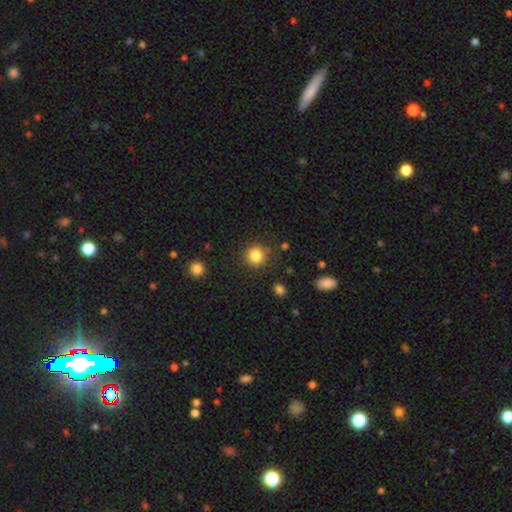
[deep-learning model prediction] A smooth galaxy with no disk features (83%) that is round (91%).

Vote fractions:
- Smooth or featured? smooth: 83% / star or artifact: 11% / featured or disk: 5%
- How rounded? round: 91% / in between: 8% / cigar-shaped: 1%
- Merging? none: 86% / minor disturbance: 8% / major disturbance: 3% / merger: 2%